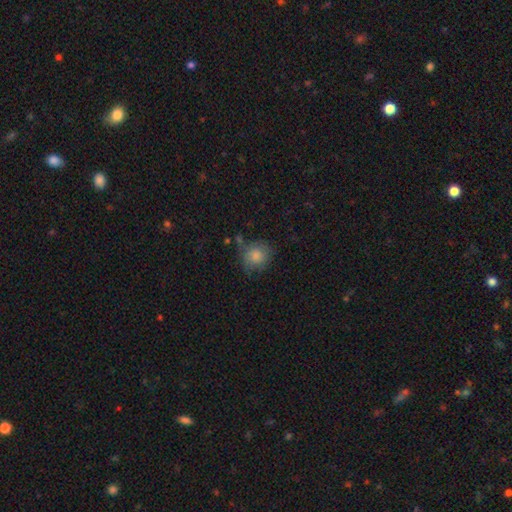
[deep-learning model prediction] This is clearly a smooth galaxy (84%). How rounded: clearly round (82%). Merging: likely none (68%).